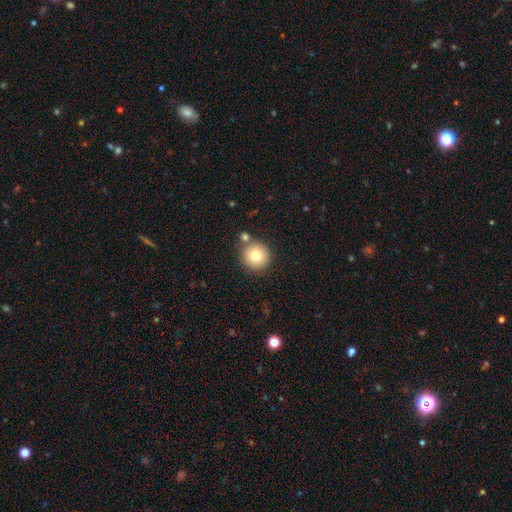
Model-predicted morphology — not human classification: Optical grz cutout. It shows a smooth galaxy with no disk features (77%) that is round (94%). Merging: none (75%).